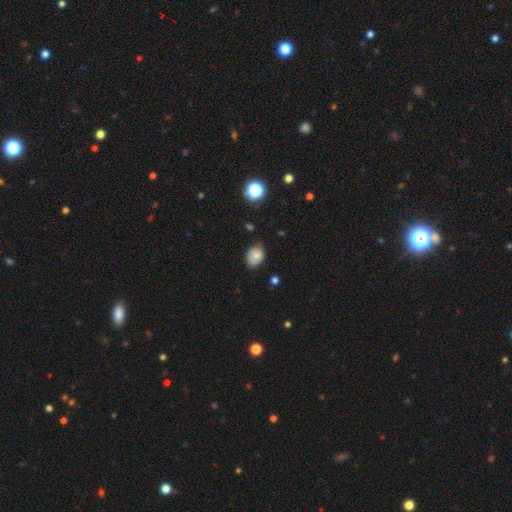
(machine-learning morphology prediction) type=smooth (74%); roundness=in between (66%); merging=none (62%).